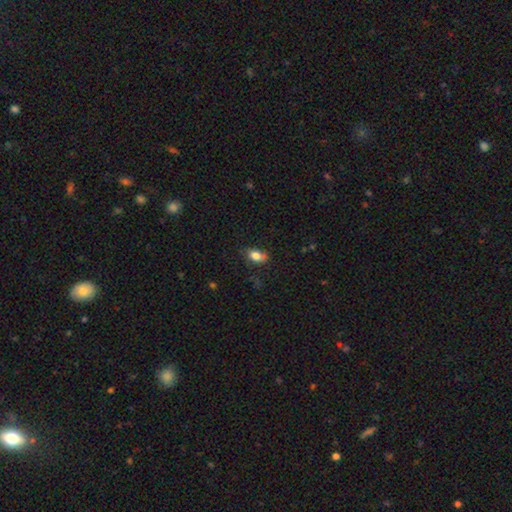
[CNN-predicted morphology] A smooth galaxy with no disk features (81%) that is in between round and cigar-shaped (84%). Merging: none (66%).